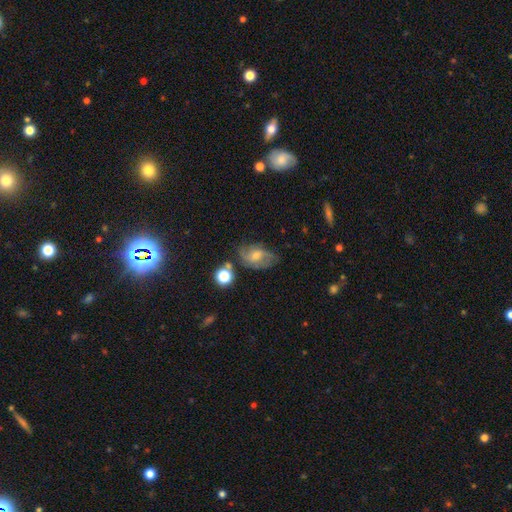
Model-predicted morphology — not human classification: type=featured or disk (54%); edge-on=no (95%); bar=no (59%); spiral arms=yes (81%); bulge=small (49%); merging=none (53%).